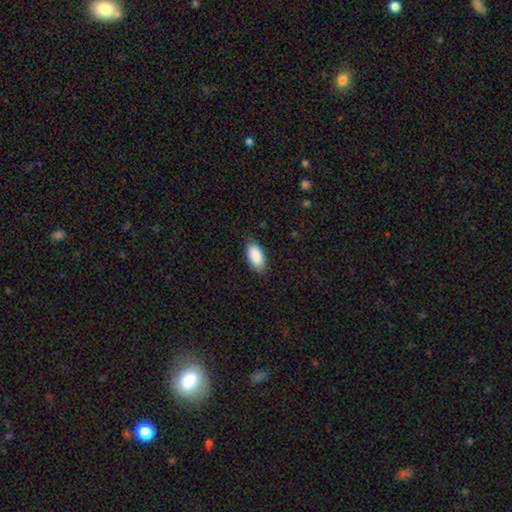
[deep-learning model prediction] Smooth or featured: smooth — 90% (star or artifact — 6%)
How rounded: in between — 94% (cigar-shaped — 4%)
Merging: none — 83% (minor disturbance — 13%)